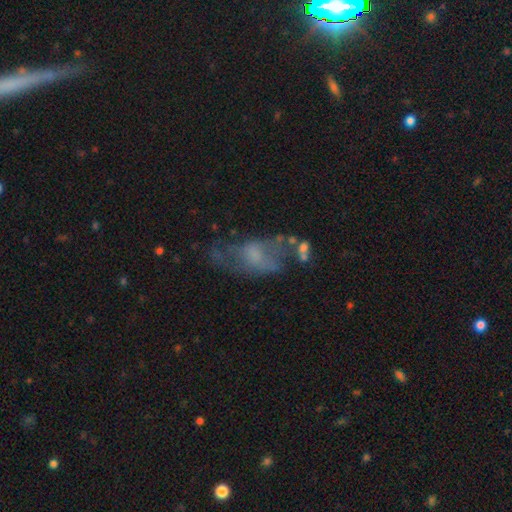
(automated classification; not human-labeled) smooth-or-featured: featured or disk: 54% | smooth: 34% | star or artifact: 12%
  disk-edge-on: no: 92% | yes: 8%
  merging: none: 39% | major disturbance: 30% | minor disturbance: 23% | merger: 8%